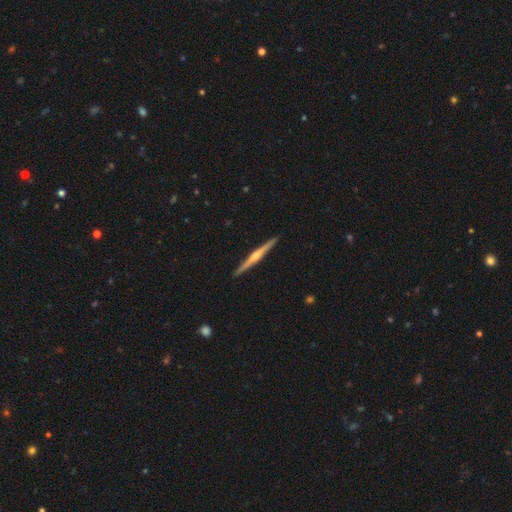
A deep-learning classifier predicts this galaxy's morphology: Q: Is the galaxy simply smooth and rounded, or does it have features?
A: featured or disk — 77%.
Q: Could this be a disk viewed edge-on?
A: yes — 98%.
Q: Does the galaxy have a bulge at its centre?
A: rounded — 84%.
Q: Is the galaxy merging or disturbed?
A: none — 92%.